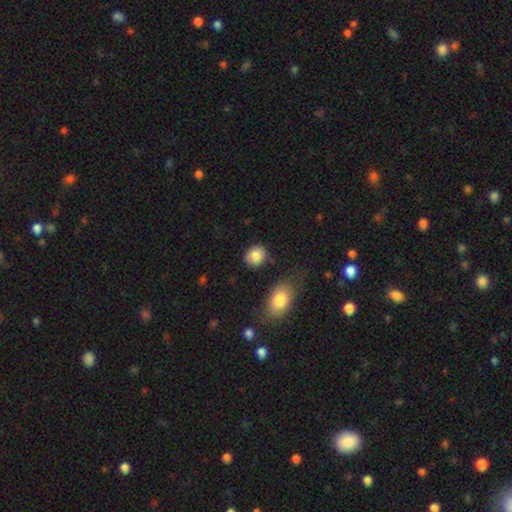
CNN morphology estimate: This is clearly a smooth galaxy (85%). How rounded: likely round (70%). Merging: clearly none (84%).